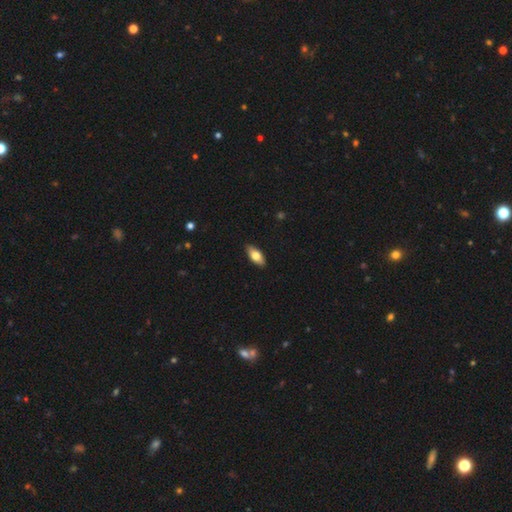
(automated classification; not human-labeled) smooth_or_featured: smooth (p=0.71) [alt: featured or disk p=0.23]
how_rounded: in between (p=0.84) [alt: cigar-shaped p=0.14]
merging: none (p=0.88) [alt: minor disturbance p=0.09]